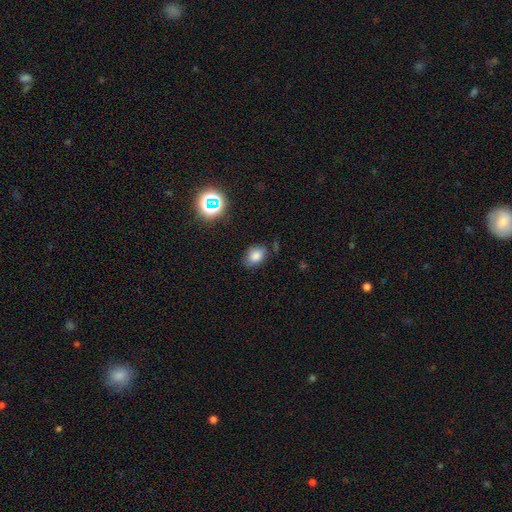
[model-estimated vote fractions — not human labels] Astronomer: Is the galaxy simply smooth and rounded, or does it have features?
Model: smooth — 77%.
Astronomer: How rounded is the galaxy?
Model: in between — 77%.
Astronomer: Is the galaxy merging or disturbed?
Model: none — 74%.